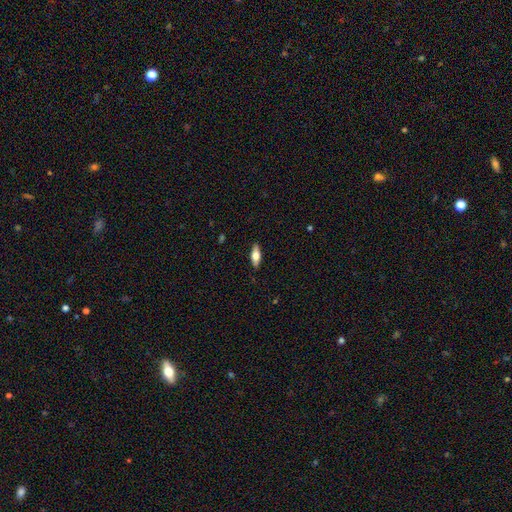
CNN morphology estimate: Smooth or featured: smooth — 55% (featured or disk — 39%)
How rounded: in between — 66% (cigar-shaped — 31%)
Merging: none — 88% (minor disturbance — 9%)